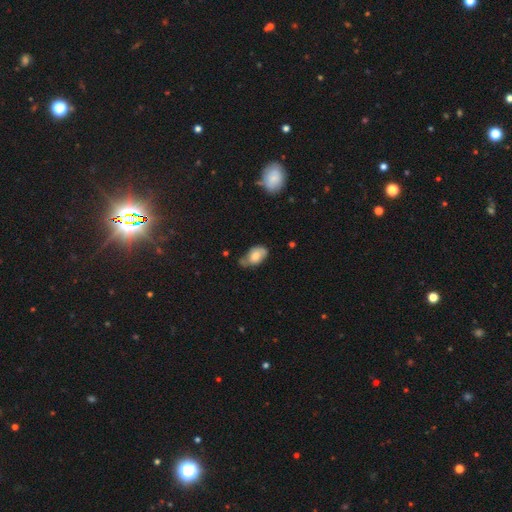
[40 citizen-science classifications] A smooth galaxy with no disk features (65%) that is in between round and cigar-shaped (100%).

Vote fractions:
- Smooth or featured? smooth: 65% / featured or disk: 25% / star or artifact: 10%
- How rounded? in between: 100% / round: 0% / cigar-shaped: 0%
- Merging? minor disturbance: 42% / none: 28% / major disturbance: 17% / merger: 14%